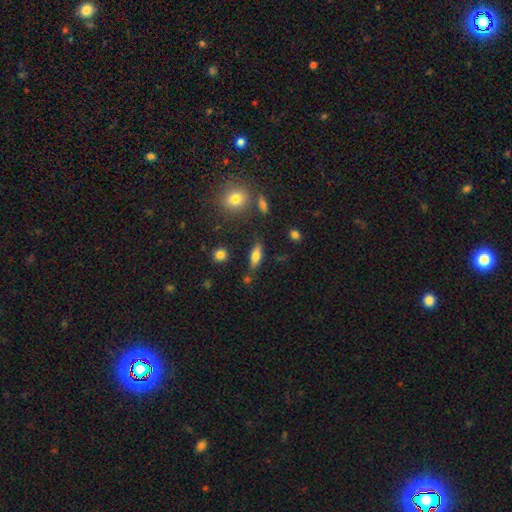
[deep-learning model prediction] This appears to be a smooth galaxy with no disk features (66%) that is in between round and cigar-shaped (58%). Merging: none (76%).